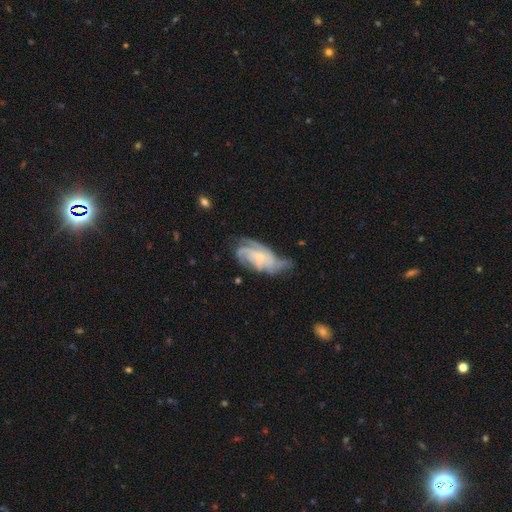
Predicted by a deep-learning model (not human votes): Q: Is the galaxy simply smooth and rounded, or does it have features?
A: featured or disk — 73%.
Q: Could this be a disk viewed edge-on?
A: no — 92%.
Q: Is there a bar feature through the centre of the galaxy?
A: no — 63%.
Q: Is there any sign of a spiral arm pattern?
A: yes — 93%.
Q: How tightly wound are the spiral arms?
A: tight — 48%.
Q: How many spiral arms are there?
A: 3 — 31%.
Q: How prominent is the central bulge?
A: small — 59%.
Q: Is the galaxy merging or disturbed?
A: none — 61%.